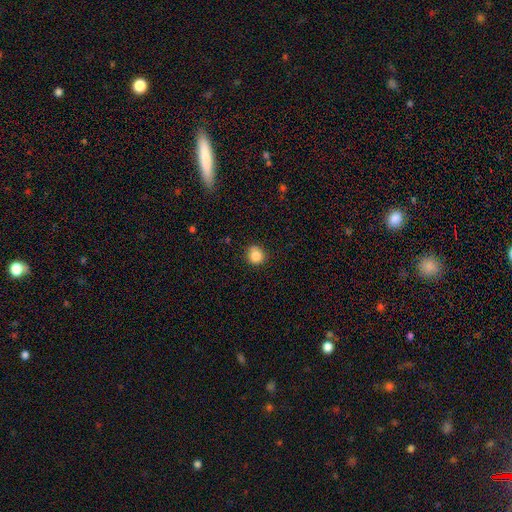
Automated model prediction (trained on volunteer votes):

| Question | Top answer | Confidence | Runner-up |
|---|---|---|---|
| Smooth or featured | smooth | 85% | star or artifact (10%) |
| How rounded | round | 88% | in between (11%) |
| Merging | none | 82% | minor disturbance (14%) |